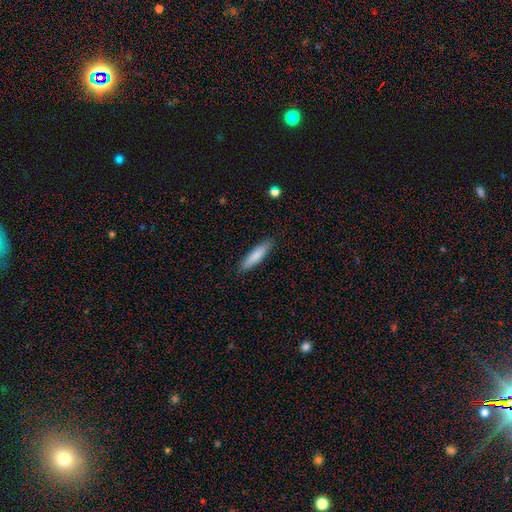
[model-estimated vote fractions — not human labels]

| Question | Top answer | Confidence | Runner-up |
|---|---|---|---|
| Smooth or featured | smooth | 82% | featured or disk (12%) |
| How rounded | cigar-shaped | 75% | in between (23%) |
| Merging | none | 88% | minor disturbance (10%) |